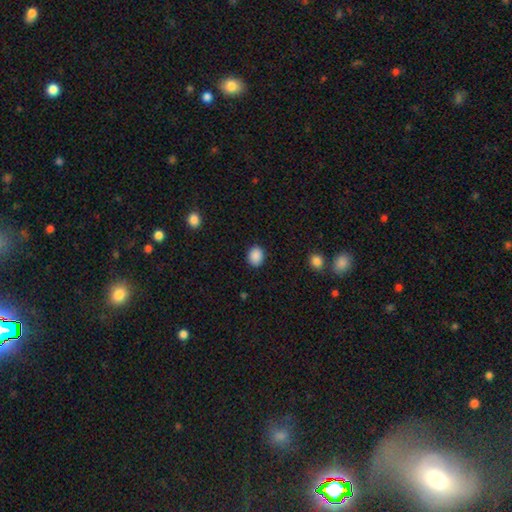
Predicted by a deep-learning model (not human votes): Overall: smooth (89%). How rounded: round (60%; in between 39%). Merging: none (88%).